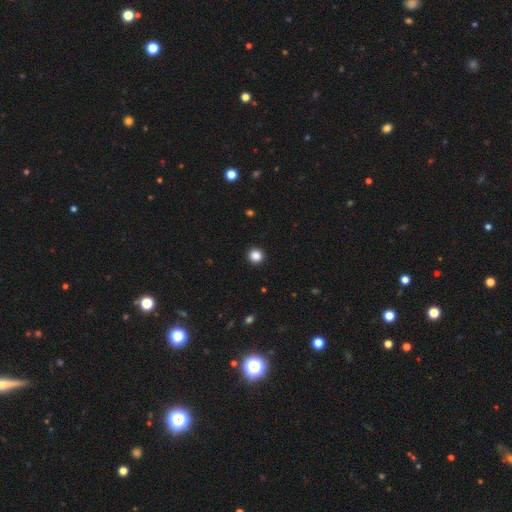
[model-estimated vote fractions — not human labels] smooth 87%, star or artifact 11%, featured or disk 3%. Down the decision tree: how rounded — round (95%); merging — none (93%).